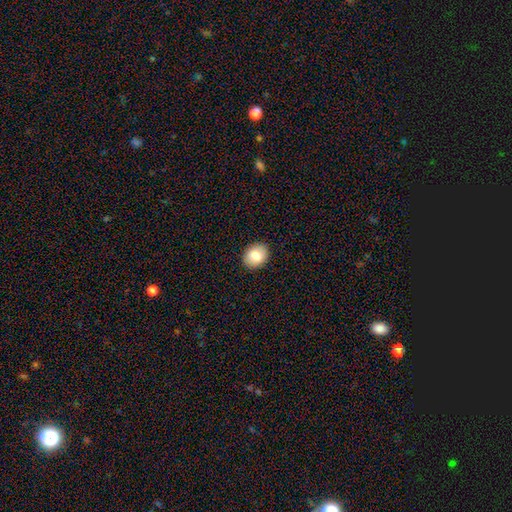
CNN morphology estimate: smooth_or_featured: smooth (p=0.83) [alt: featured or disk p=0.09]
how_rounded: in between (p=0.55) [alt: round p=0.44]
merging: none (p=0.91) [alt: minor disturbance p=0.07]